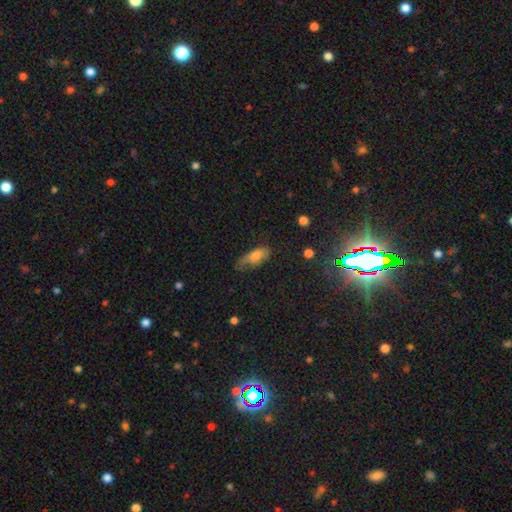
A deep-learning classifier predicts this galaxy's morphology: The model was most divided on "merging": none: 46%, minor disturbance: 36%, major disturbance: 15%, merger: 2%. More confident: how rounded — in between (76%); smooth or featured — smooth (75%).